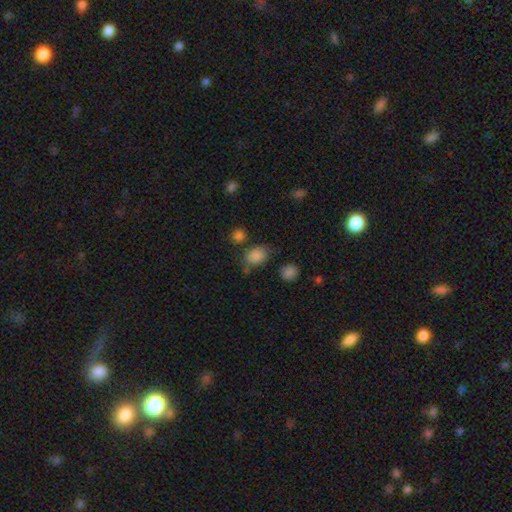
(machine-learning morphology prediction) smooth_or_featured: smooth (p=0.83) [alt: star or artifact p=0.11]
how_rounded: in between (p=0.62) [alt: round p=0.37]
merging: none (p=0.65) [alt: minor disturbance p=0.19]